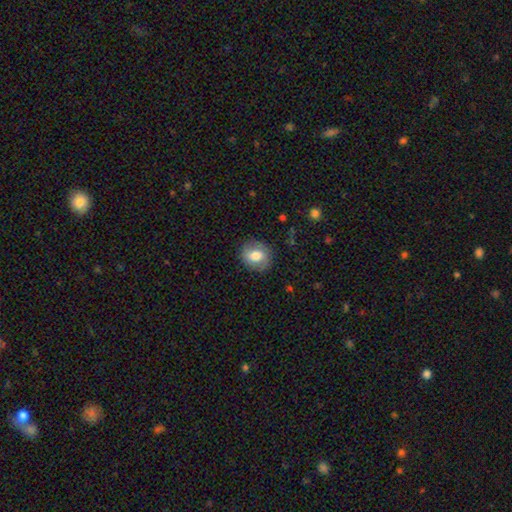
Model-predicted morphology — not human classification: A smooth galaxy with no disk features (68%) that is round (70%). Merging: none (85%).